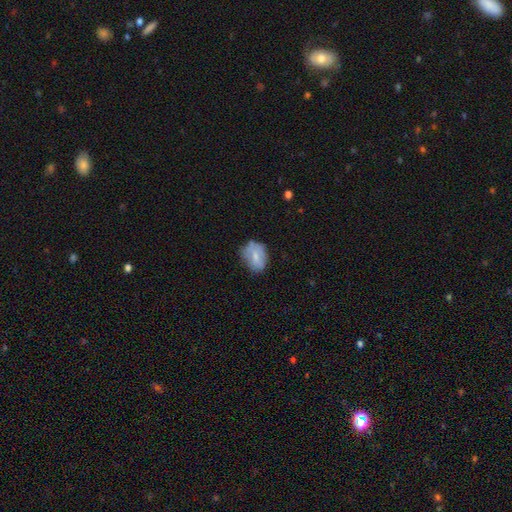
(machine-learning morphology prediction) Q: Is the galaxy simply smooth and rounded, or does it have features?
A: smooth — 62%.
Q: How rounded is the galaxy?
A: in between — 67%.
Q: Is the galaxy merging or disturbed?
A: none — 53%.